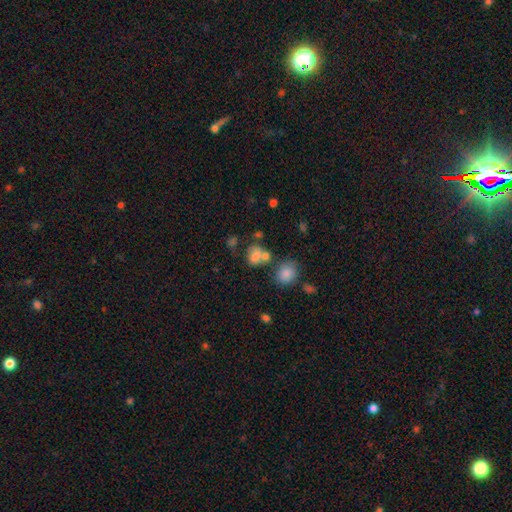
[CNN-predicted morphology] Smooth or featured? Predicted: smooth (p=0.73). How rounded? Predicted: in between (p=0.50). Merging? Predicted: none (p=0.40).